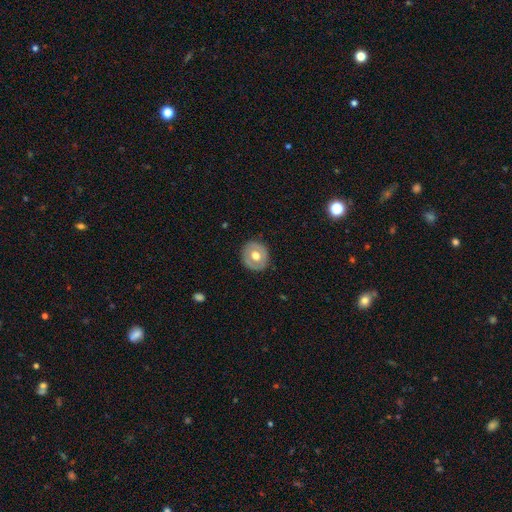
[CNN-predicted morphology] A smooth galaxy with no disk features (52%) that is round (83%). Merging: none (87%).